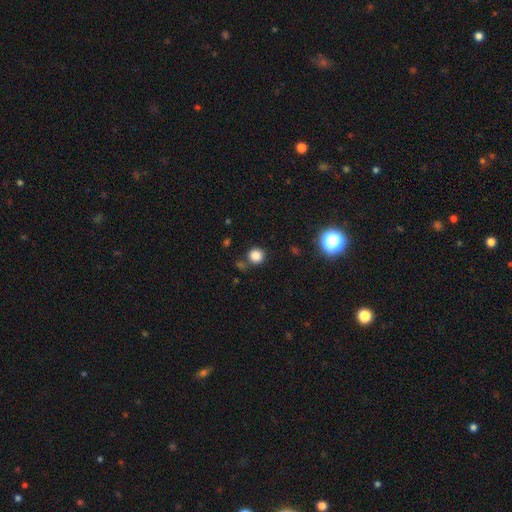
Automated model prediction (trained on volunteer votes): Smooth or featured? smooth (83%)
How rounded? round (90%)
Merging? none (80%)